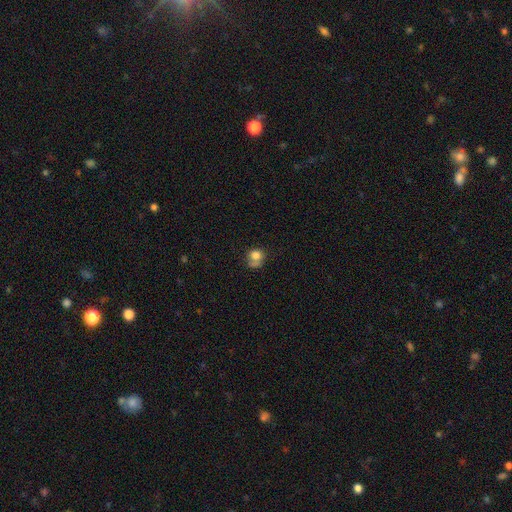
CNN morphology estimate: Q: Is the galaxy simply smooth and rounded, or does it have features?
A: smooth — 75%.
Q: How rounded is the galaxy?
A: round — 73%.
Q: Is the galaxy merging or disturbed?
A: none — 43%.